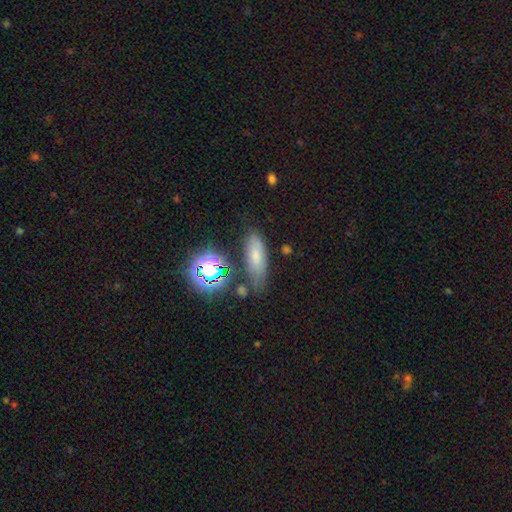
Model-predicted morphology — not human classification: This is likely a smooth galaxy (66%). How rounded: likely in between (67%). Merging: likely none (68%).